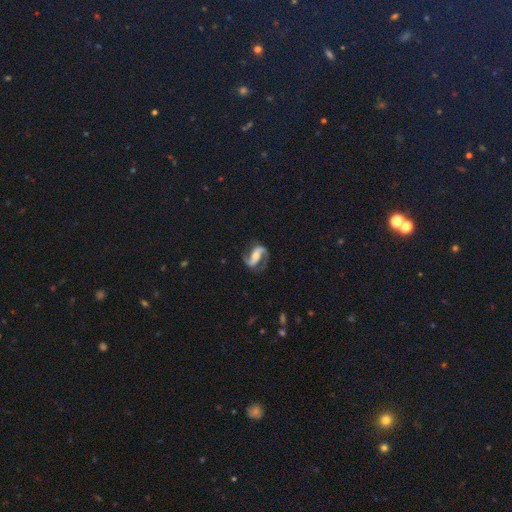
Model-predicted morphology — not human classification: Q: Smooth or featured?
A: featured or disk (89%); runner-up: smooth (6%)
Q: Edge-on disk?
A: no (96%); runner-up: yes (4%)
Q: Bar?
A: strong (52%); runner-up: weak (26%)
Q: Spiral arms?
A: yes (97%); runner-up: no (3%)
Q: Spiral winding?
A: medium (44%); runner-up: loose (43%)
Q: Spiral arm count?
A: 2 (92%); runner-up: 1 (3%)
Q: Bulge size?
A: moderate (56%); runner-up: small (34%)
Q: Merging?
A: none (78%); runner-up: minor disturbance (13%)